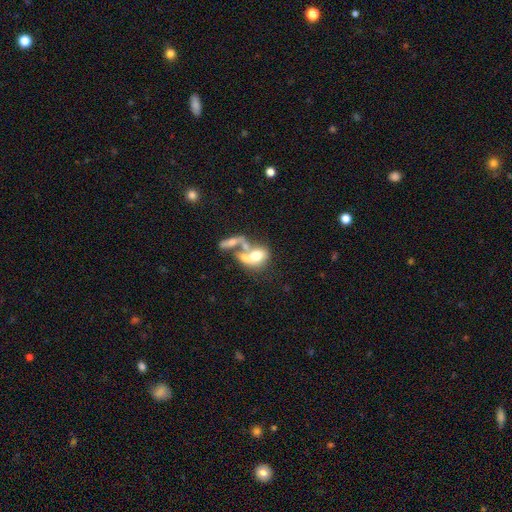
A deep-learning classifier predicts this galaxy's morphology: smooth 58%, featured or disk 33%, star or artifact 10%. Down the decision tree: how rounded — in between (62%); merging — merger (62%).